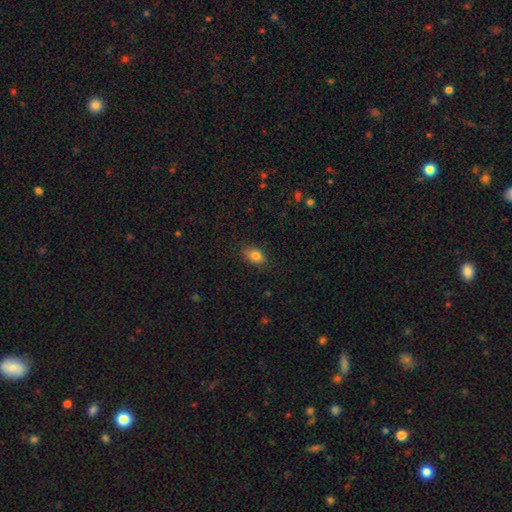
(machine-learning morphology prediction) Smooth or featured: smooth — 82% (star or artifact — 10%)
How rounded: in between — 83% (round — 15%)
Merging: none — 85% (minor disturbance — 12%)